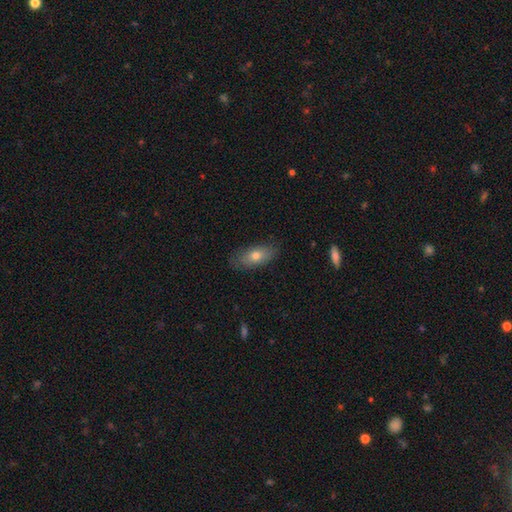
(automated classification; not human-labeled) A smooth galaxy with no disk features (72%) that is in between round and cigar-shaped (83%).

Vote fractions:
- Smooth or featured? smooth: 72% / featured or disk: 21% / star or artifact: 7%
- How rounded? in between: 83% / cigar-shaped: 12% / round: 4%
- Merging? none: 81% / minor disturbance: 15% / major disturbance: 3% / merger: 1%